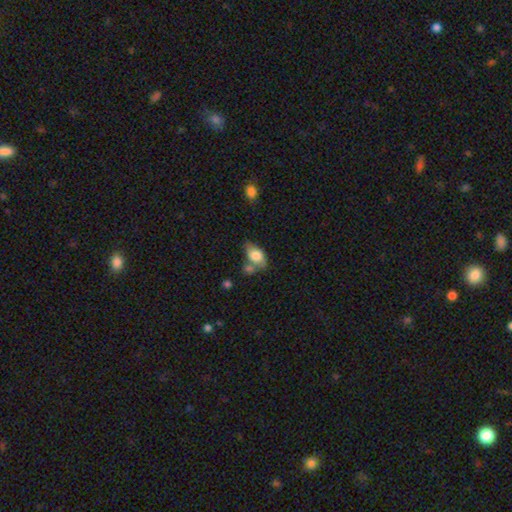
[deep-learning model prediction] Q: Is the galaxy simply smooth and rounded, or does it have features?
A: smooth — 75%.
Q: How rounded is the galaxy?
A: in between — 87%.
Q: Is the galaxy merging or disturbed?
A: none — 41%.